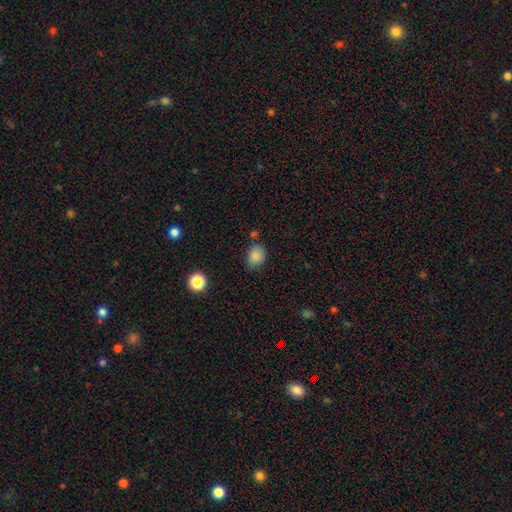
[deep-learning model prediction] smooth 85%, star or artifact 11%, featured or disk 4%. Down the decision tree: how rounded — round (53%); merging — none (67%).